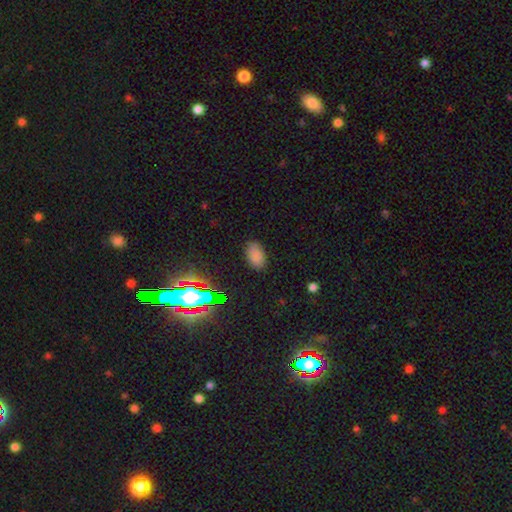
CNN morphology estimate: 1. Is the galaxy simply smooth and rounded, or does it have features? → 78% smooth, 17% star or artifact, 6% featured or disk.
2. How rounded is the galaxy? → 91% in between, 7% round, 2% cigar-shaped.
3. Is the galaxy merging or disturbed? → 82% none, 13% minor disturbance, 4% major disturbance, 1% merger.